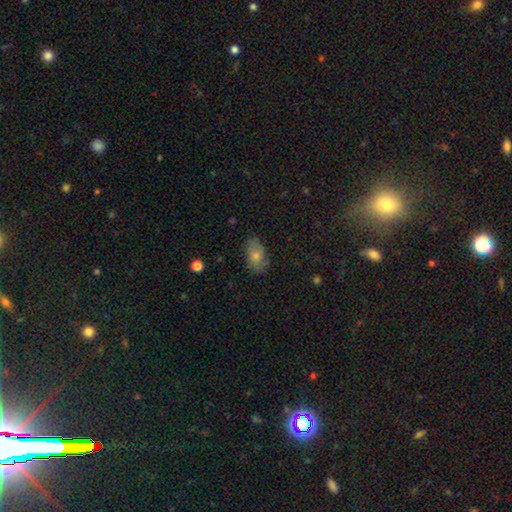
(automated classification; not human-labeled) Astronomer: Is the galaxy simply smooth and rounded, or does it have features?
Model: smooth — 62%.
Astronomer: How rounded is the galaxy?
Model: in between — 88%.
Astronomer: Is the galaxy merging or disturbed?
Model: none — 78%.